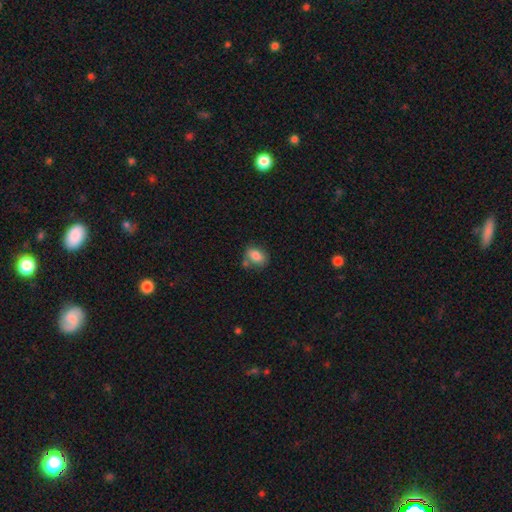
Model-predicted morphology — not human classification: A smooth galaxy with no disk features (83%) that is in between round and cigar-shaped (78%).

Vote fractions:
- Smooth or featured? smooth: 83% / featured or disk: 9% / star or artifact: 9%
- How rounded? in between: 78% / round: 20% / cigar-shaped: 2%
- Merging? none: 60% / minor disturbance: 18% / merger: 17% / major disturbance: 5%